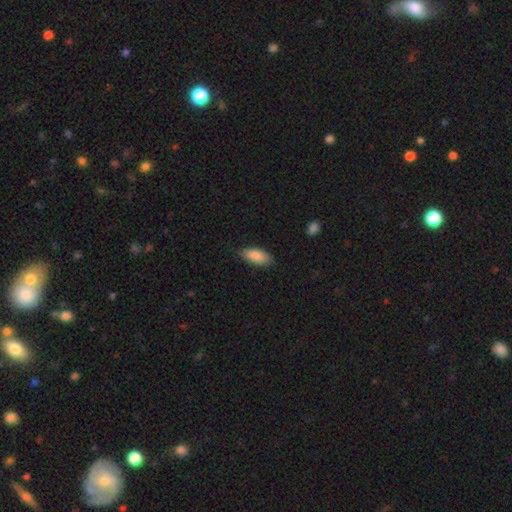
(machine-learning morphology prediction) This appears to be a smooth galaxy with no disk features (87%) that is in between round and cigar-shaped (85%). Merging: none (76%).